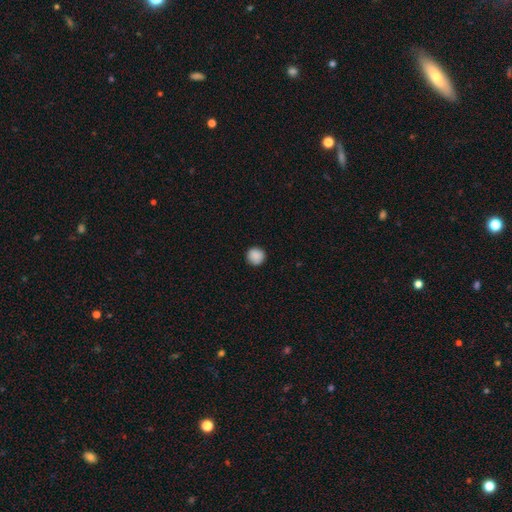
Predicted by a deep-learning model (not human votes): Smooth or featured: smooth — 89% (star or artifact — 8%)
How rounded: round — 94% (in between — 5%)
Merging: none — 90% (minor disturbance — 7%)